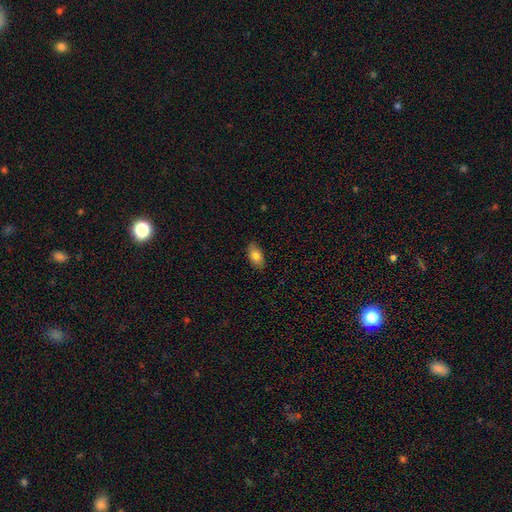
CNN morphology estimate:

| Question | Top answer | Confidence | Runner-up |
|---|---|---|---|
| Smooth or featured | smooth | 81% | featured or disk (12%) |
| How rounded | in between | 92% | round (4%) |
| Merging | none | 85% | minor disturbance (11%) |